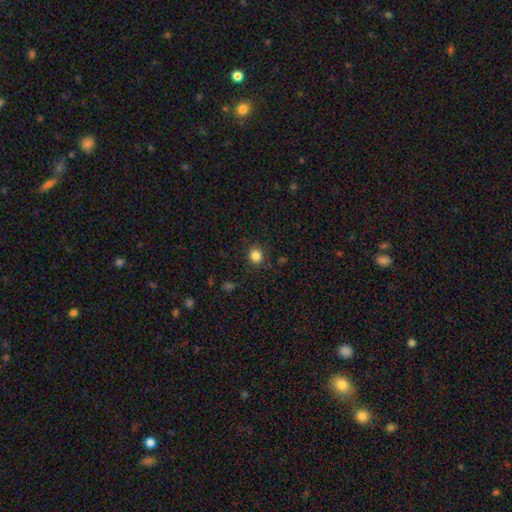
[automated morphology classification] type=smooth (84%); roundness=round (86%); merging=none (88%).